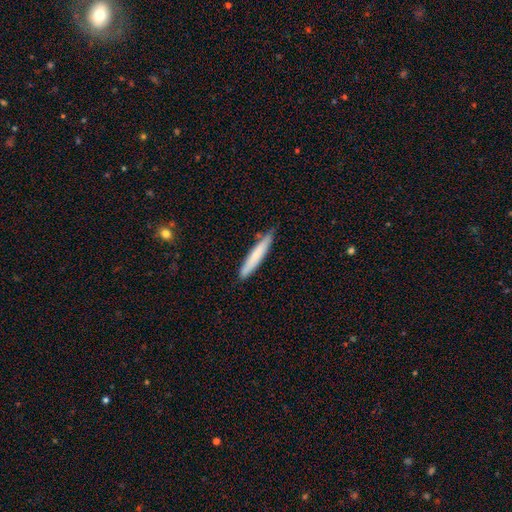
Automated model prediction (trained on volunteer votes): A smooth galaxy with no disk features (72%) that is cigar-shaped (94%).

Vote fractions:
- Smooth or featured? smooth: 72% / featured or disk: 23% / star or artifact: 5%
- How rounded? cigar-shaped: 94% / in between: 5% / round: 1%
- Merging? none: 82% / minor disturbance: 14% / major disturbance: 2% / merger: 2%